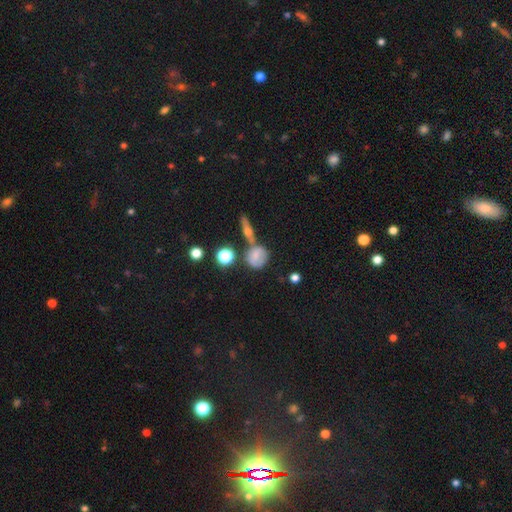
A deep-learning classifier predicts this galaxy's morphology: smooth 65%, featured or disk 24%, star or artifact 12%. Down the decision tree: how rounded — round (77%); merging — none (55%).